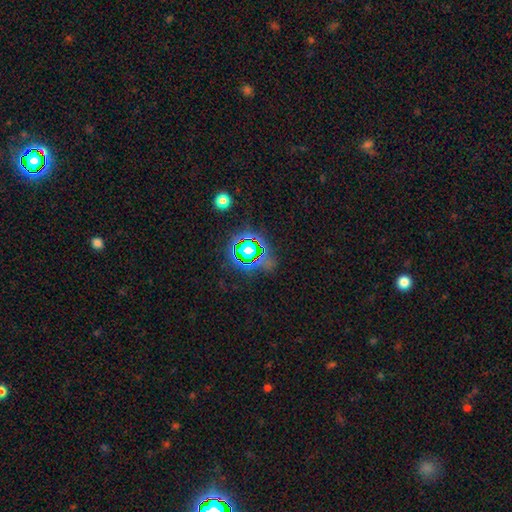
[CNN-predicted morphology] Overall: star or artifact (66%).